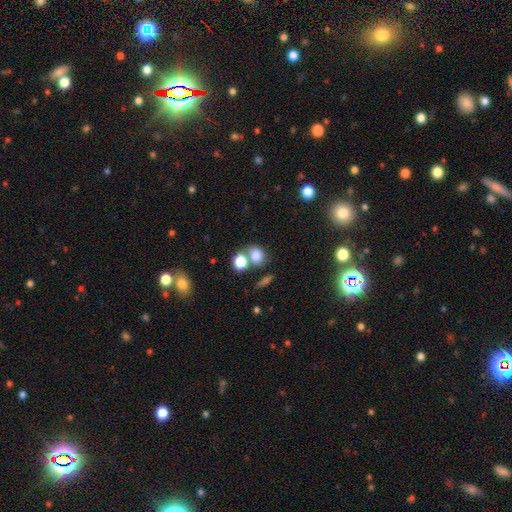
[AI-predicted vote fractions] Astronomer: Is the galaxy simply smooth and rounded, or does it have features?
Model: smooth — 79%.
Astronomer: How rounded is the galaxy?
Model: round — 58% (runner-up: in between, 41%).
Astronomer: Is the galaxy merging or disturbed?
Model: none — 46% (runner-up: merger, 38%).